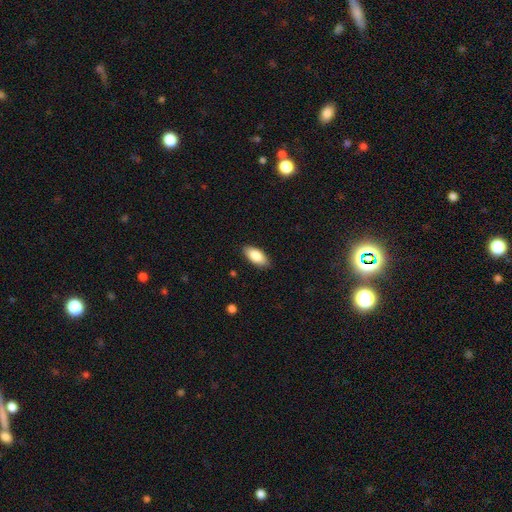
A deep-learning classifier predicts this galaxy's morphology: smooth_or_featured: smooth (p=0.86) [alt: featured or disk p=0.08]
how_rounded: in between (p=0.89) [alt: cigar-shaped p=0.09]
merging: none (p=0.87) [alt: minor disturbance p=0.10]